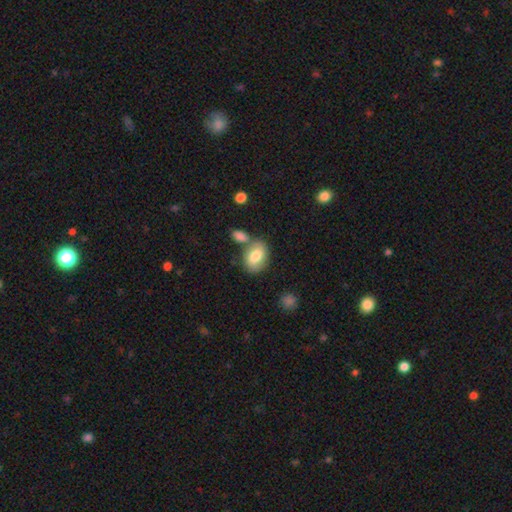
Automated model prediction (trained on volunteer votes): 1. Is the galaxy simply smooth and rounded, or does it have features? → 76% smooth, 17% featured or disk, 7% star or artifact.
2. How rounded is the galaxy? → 80% in between, 18% round, 1% cigar-shaped.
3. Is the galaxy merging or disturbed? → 59% none, 21% merger, 15% minor disturbance, 5% major disturbance.